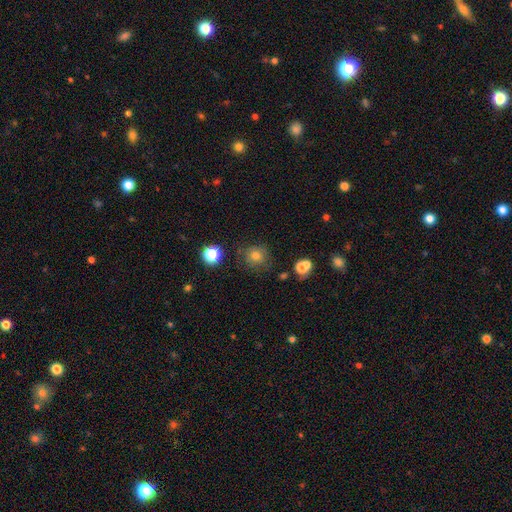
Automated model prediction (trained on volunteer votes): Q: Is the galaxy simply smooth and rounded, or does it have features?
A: smooth — 72%.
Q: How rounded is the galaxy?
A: round — 89%.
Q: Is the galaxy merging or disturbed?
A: none — 77%.